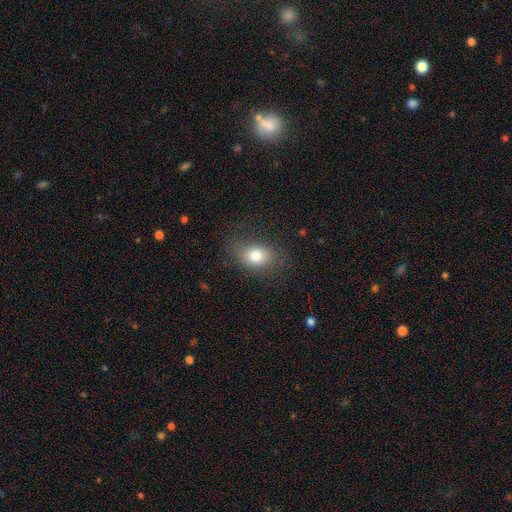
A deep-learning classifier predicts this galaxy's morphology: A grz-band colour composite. It shows a smooth galaxy with no disk features (77%) that is in between round and cigar-shaped (64%). Merging: none (74%).